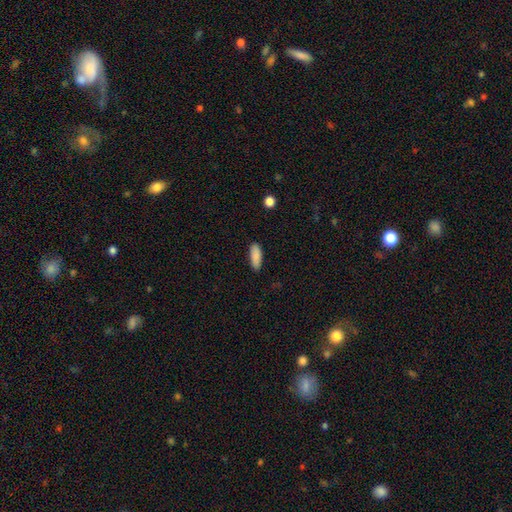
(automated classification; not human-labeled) A smooth galaxy with no disk features (89%) that is in between round and cigar-shaped (70%).

Vote fractions:
- Smooth or featured? smooth: 89% / star or artifact: 7% / featured or disk: 5%
- How rounded? in between: 70% / cigar-shaped: 28% / round: 2%
- Merging? none: 87% / minor disturbance: 10% / major disturbance: 2% / merger: 1%